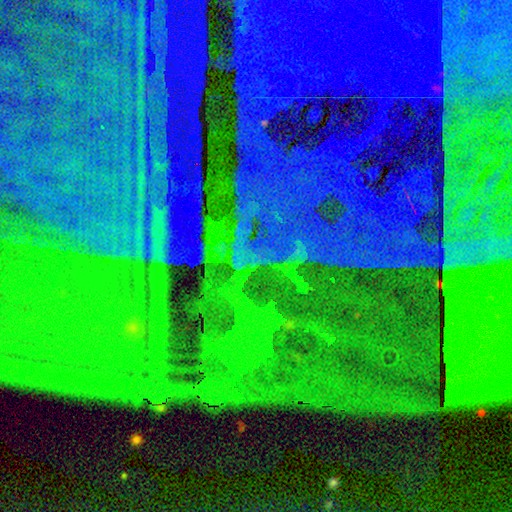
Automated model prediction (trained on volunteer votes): Q: Smooth or featured?
A: star or artifact (89%); runner-up: featured or disk (6%)